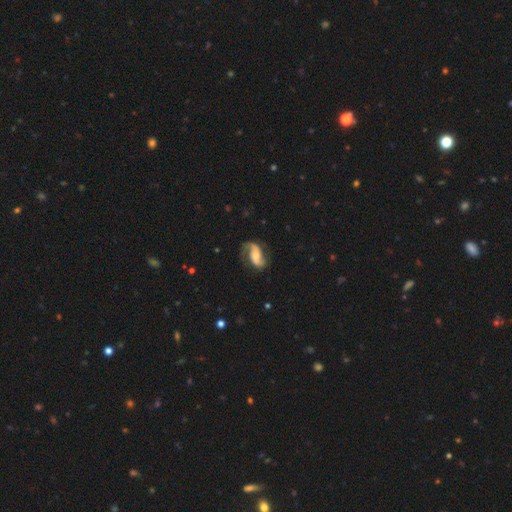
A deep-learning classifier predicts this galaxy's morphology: smooth_or_featured: featured or disk (p=0.84) [alt: smooth p=0.11]
disk_edge_on: no (p=0.97) [alt: yes p=0.03]
bar: no (p=0.43) [alt: weak p=0.37]
has_spiral_arms: yes (p=0.96) [alt: no p=0.04]
spiral_winding: medium (p=0.46) [alt: loose p=0.39]
spiral_arm_count: 2 (p=0.89) [alt: 1 p=0.05]
bulge_size: moderate (p=0.41) [alt: small p=0.36]
merging: none (p=0.71) [alt: minor disturbance p=0.17]